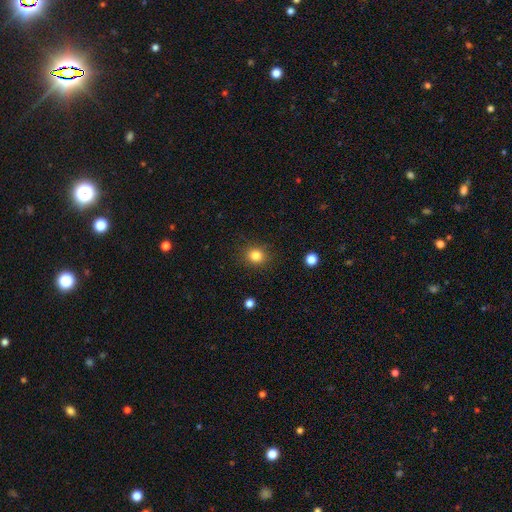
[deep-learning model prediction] A smooth galaxy with no disk features (84%) that is round (82%).

Vote fractions:
- Smooth or featured? smooth: 84% / star or artifact: 11% / featured or disk: 5%
- How rounded? round: 82% / in between: 17% / cigar-shaped: 1%
- Merging? none: 88% / minor disturbance: 8% / major disturbance: 3% / merger: 1%